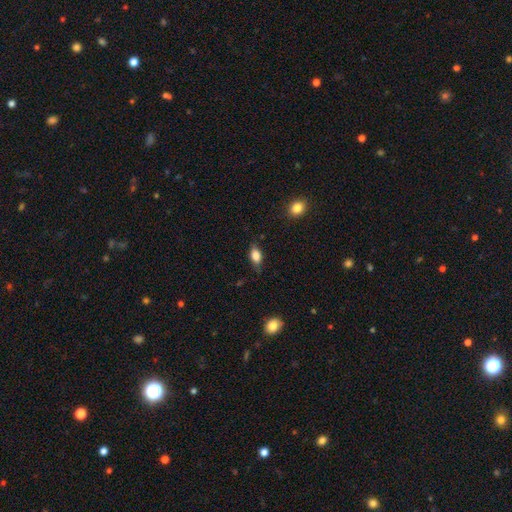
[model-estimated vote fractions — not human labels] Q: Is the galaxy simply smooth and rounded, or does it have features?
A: smooth — 79%.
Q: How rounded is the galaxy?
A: in between — 84%.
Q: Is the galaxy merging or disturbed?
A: none — 71%.